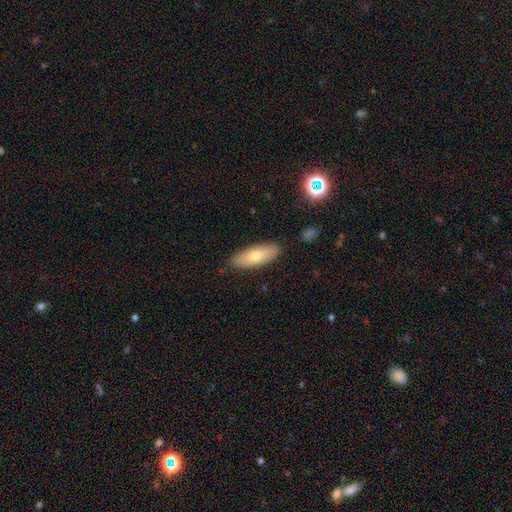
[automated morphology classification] Q: Smooth or featured?
A: smooth (66%); runner-up: featured or disk (27%)
Q: How rounded?
A: in between (69%); runner-up: cigar-shaped (28%)
Q: Merging?
A: none (86%); runner-up: minor disturbance (10%)